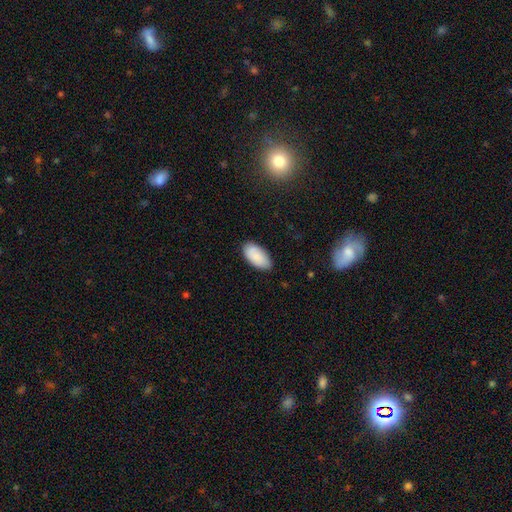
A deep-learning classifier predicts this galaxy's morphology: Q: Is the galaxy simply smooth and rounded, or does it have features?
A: smooth — 88%.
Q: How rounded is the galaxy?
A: in between — 96%.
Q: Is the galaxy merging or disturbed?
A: none — 82%.